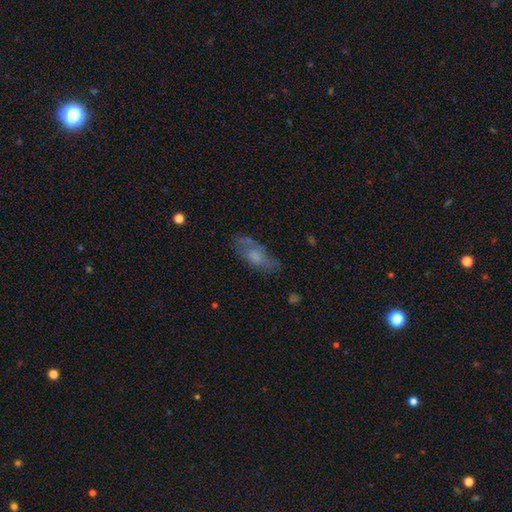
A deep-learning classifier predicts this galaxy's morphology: Q: Smooth or featured?
A: smooth (57%); runner-up: featured or disk (34%)
Q: How rounded?
A: in between (77%); runner-up: cigar-shaped (20%)
Q: Merging?
A: none (60%); runner-up: minor disturbance (24%)